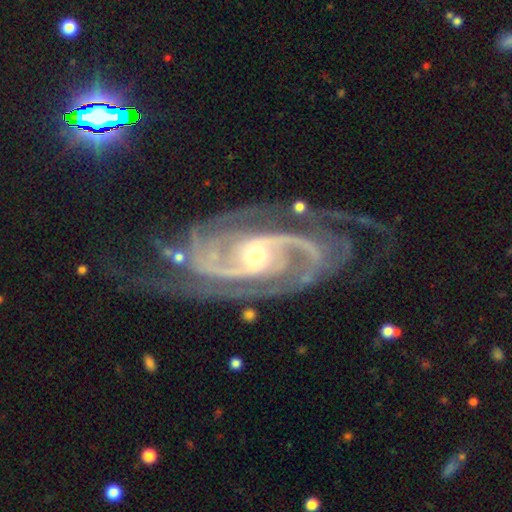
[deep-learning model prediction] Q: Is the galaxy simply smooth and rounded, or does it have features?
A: featured or disk — 94%.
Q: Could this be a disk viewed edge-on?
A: no — 97%.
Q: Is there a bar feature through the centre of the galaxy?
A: weak — 36%.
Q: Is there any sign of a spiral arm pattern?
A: yes — 98%.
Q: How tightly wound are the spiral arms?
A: medium — 52%.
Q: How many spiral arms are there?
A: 2 — 71%.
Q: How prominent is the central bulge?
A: moderate — 50%.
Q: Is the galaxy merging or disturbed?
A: none — 68%.